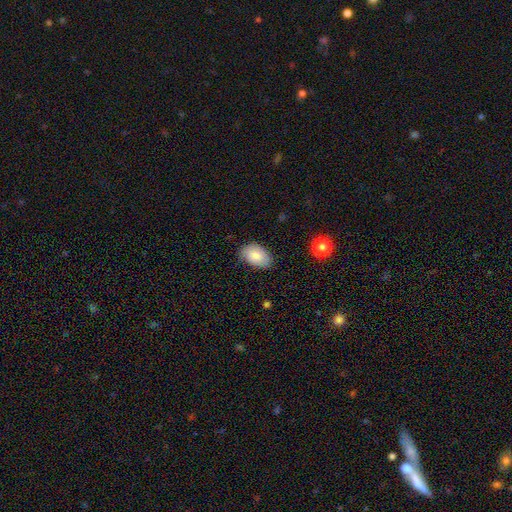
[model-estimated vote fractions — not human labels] Morphology: type=smooth (80%); roundness=in between (88%); merging=none (75%).